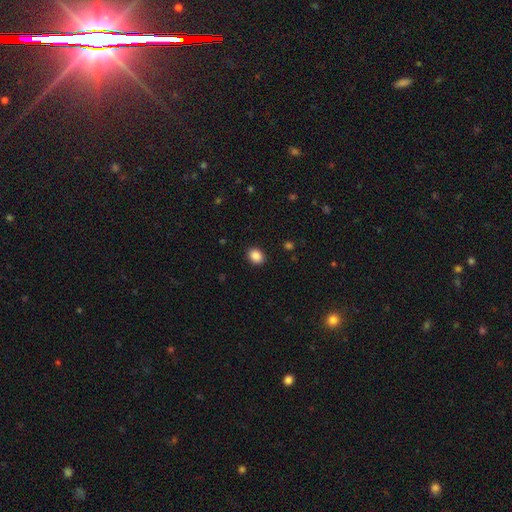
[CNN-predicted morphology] Smooth or featured? smooth (87%)
How rounded? round (53%)
Merging? none (90%)